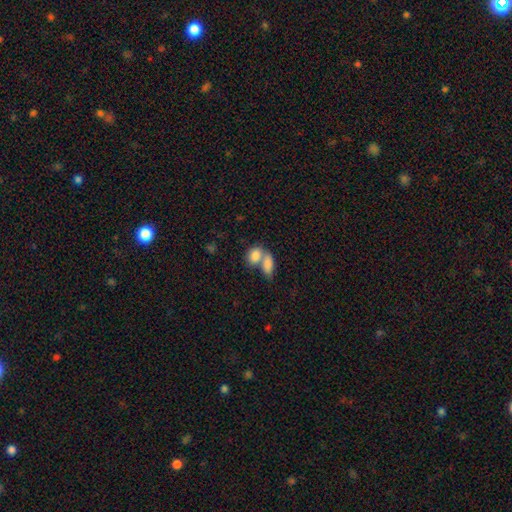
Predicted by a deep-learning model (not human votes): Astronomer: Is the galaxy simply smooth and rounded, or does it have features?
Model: smooth — 83%.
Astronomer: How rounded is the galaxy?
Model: in between — 82%.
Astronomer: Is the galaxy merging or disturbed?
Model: merger — 65%.